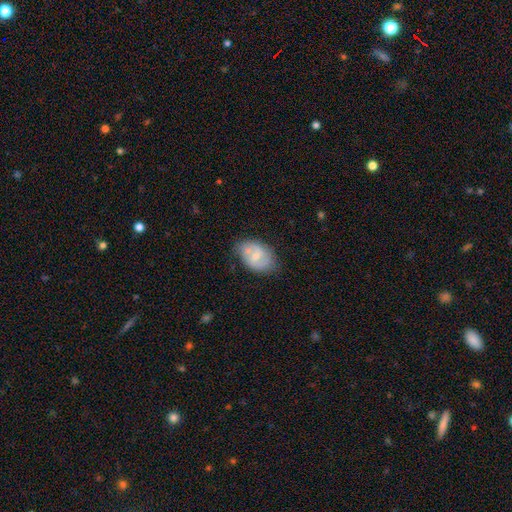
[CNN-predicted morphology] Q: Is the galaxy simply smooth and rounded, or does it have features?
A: featured or disk — 56%.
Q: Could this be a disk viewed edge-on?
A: no — 97%.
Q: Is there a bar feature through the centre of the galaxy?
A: weak — 57%.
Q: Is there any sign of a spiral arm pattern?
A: yes — 79%.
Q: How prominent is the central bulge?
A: small — 56%.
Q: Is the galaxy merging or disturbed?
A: none — 72%.